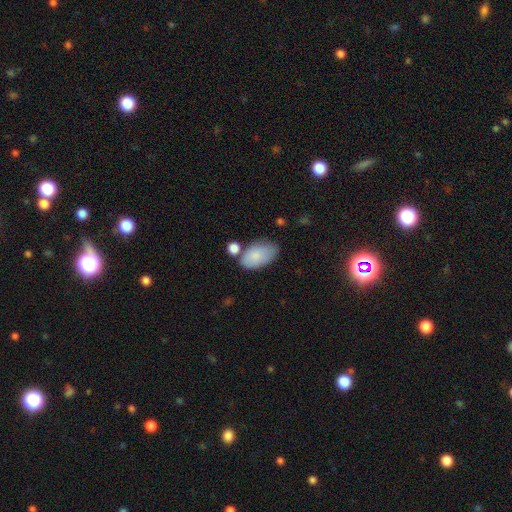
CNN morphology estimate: Q: Smooth or featured?
A: smooth (83%); runner-up: featured or disk (11%)
Q: How rounded?
A: in between (94%); runner-up: round (4%)
Q: Merging?
A: none (56%); runner-up: minor disturbance (24%)